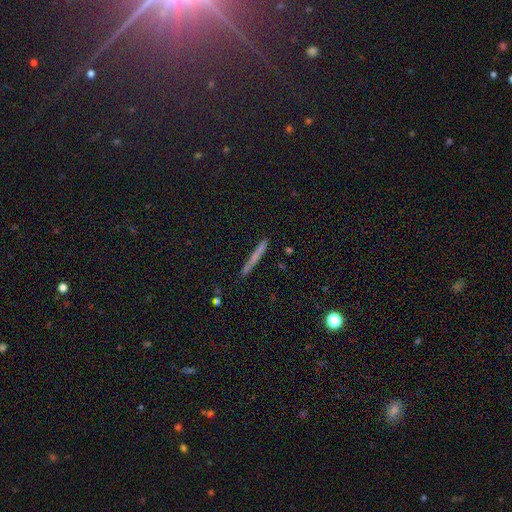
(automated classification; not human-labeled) A smooth galaxy with no disk features (60%) that is cigar-shaped (95%).

Vote fractions:
- Smooth or featured? smooth: 60% / featured or disk: 29% / star or artifact: 10%
- How rounded? cigar-shaped: 95% / in between: 3% / round: 2%
- Merging? none: 88% / minor disturbance: 8% / major disturbance: 2% / merger: 2%